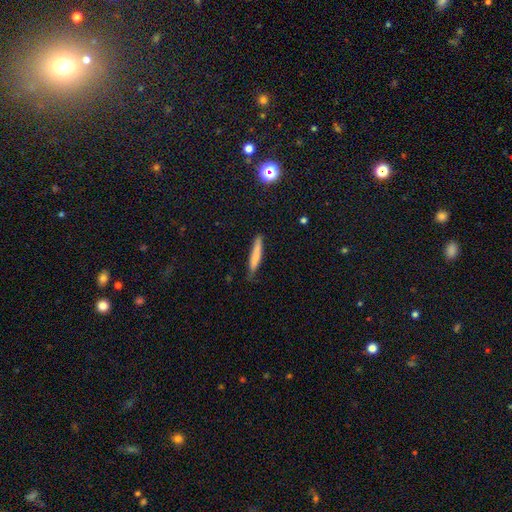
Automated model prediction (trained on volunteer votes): A smooth galaxy with no disk features (76%) that is cigar-shaped (93%).

Vote fractions:
- Smooth or featured? smooth: 76% / featured or disk: 18% / star or artifact: 6%
- How rounded? cigar-shaped: 93% / in between: 6% / round: 1%
- Merging? none: 77% / minor disturbance: 19% / major disturbance: 3% / merger: 1%